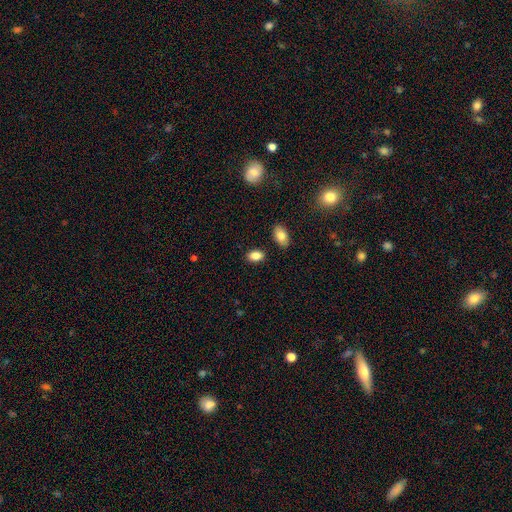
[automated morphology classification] Q: Smooth or featured?
A: smooth (86%); runner-up: star or artifact (8%)
Q: How rounded?
A: in between (87%); runner-up: round (12%)
Q: Merging?
A: none (85%); runner-up: minor disturbance (9%)